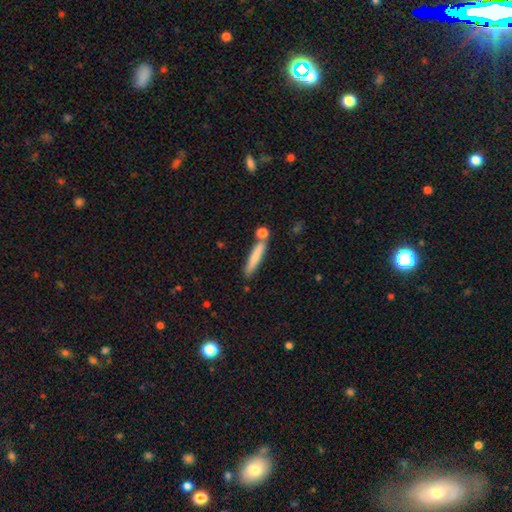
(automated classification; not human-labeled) smooth-or-featured: smooth: 74% | featured or disk: 19% | star or artifact: 6%
  how-rounded: cigar-shaped: 92% | in between: 7% | round: 2%
  merging: none: 74% | minor disturbance: 12% | merger: 11% | major disturbance: 3%